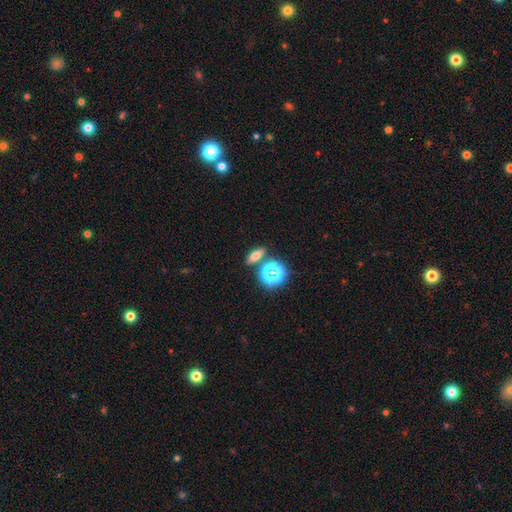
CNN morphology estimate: This appears to be a smooth galaxy with no disk features (59%) that is in between round and cigar-shaped (57%). Merging: none (81%).